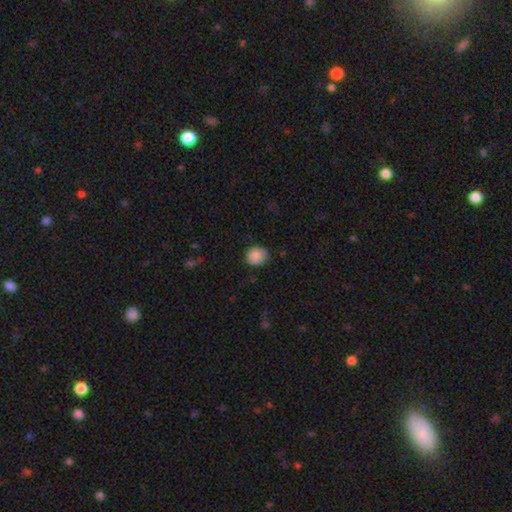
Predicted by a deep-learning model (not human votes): A smooth galaxy with no disk features (88%) that is round (80%). Merging: none (80%).